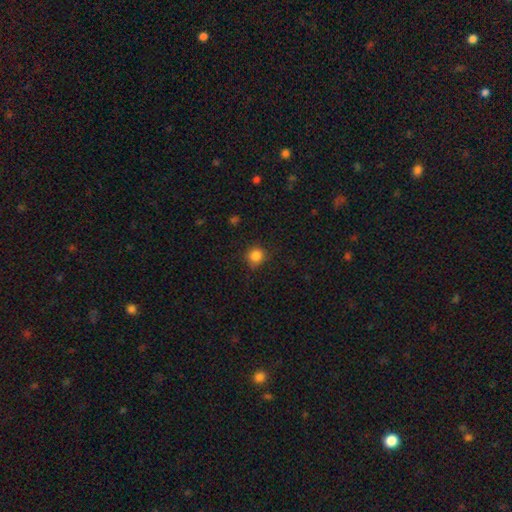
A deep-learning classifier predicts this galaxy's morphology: This appears to be a smooth galaxy with no disk features (85%) that is round (90%). Merging: none (83%).